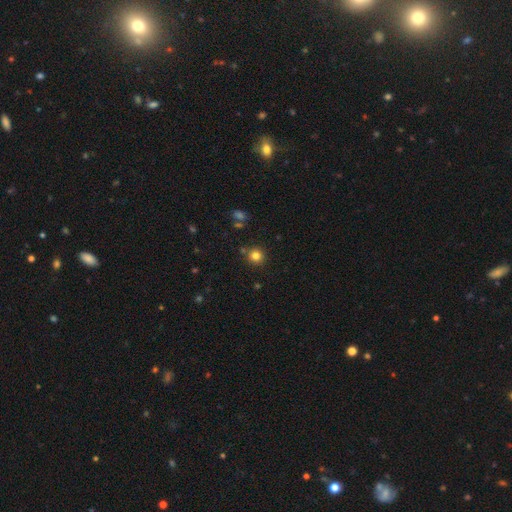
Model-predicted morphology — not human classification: This appears to be a smooth galaxy with no disk features (81%) that is round (93%). Merging: none (86%).